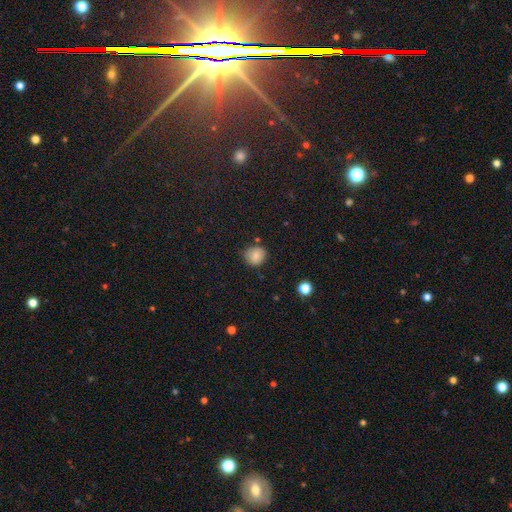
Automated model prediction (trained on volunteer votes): This appears to be a smooth galaxy with no disk features (83%) that is round (79%). Merging: none (76%).